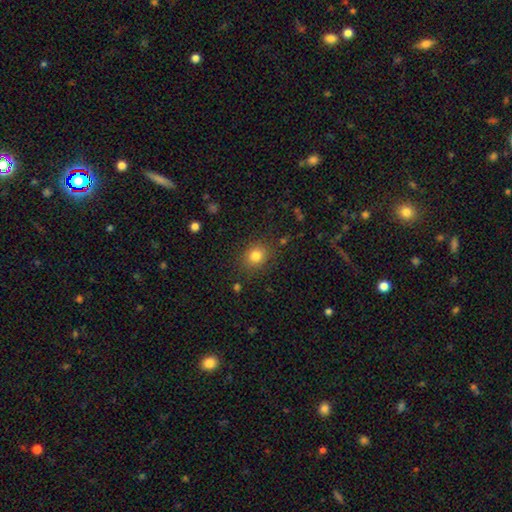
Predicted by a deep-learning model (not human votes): Q: Smooth or featured?
A: smooth (81%); runner-up: star or artifact (12%)
Q: How rounded?
A: round (71%); runner-up: in between (28%)
Q: Merging?
A: none (84%); runner-up: minor disturbance (10%)